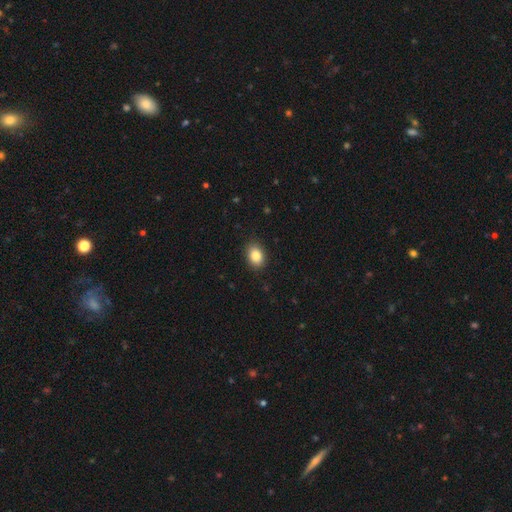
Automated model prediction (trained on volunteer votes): Overall: smooth (86%). How rounded: in between (71%). Merging: none (88%).